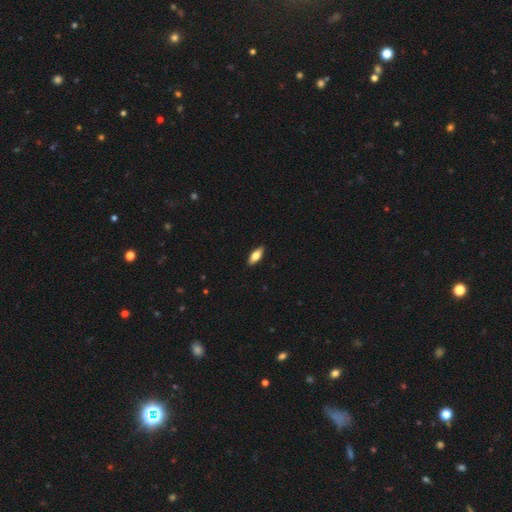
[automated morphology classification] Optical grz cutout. It shows a smooth galaxy with no disk features (70%) that is in between round and cigar-shaped (77%). Merging: none (89%).